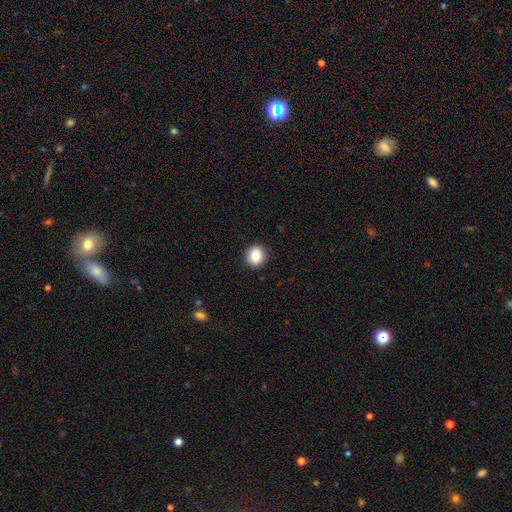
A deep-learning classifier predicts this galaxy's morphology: smooth 86%, star or artifact 9%, featured or disk 5%. Down the decision tree: how rounded — round (86%); merging — none (92%).